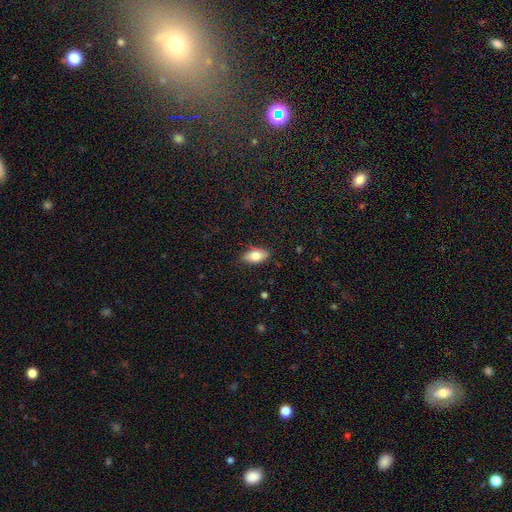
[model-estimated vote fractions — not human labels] smooth_or_featured: smooth (p=0.80) [alt: featured or disk p=0.13]
how_rounded: in between (p=0.90) [alt: cigar-shaped p=0.06]
merging: none (p=0.85) [alt: minor disturbance p=0.11]